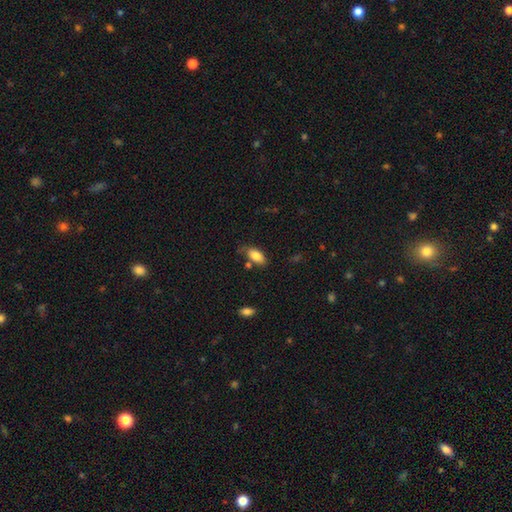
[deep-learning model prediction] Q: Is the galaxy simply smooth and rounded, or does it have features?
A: smooth — 84%.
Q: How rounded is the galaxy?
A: in between — 91%.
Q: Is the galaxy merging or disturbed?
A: none — 63%.